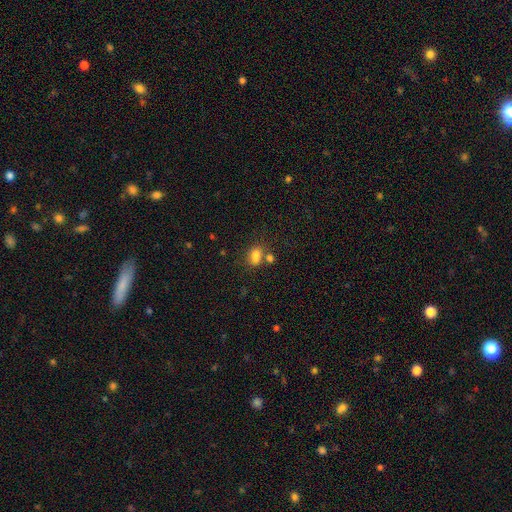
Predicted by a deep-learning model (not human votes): Overall: smooth (78%). How rounded: in between (73%). Merging: none (47%; merger 32%).